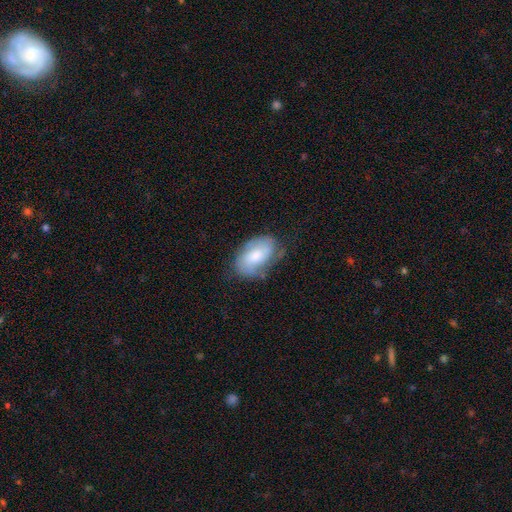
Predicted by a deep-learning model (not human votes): This is possibly a smooth galaxy (52%). How rounded: clearly in between (92%). Merging: possibly none (58%).